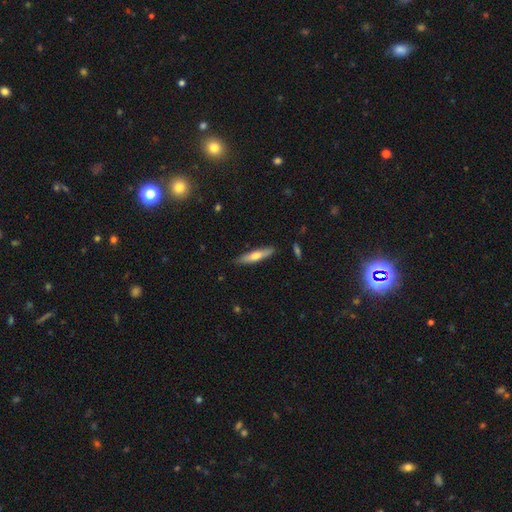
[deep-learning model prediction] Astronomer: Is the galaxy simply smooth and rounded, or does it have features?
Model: smooth — 57% (runner-up: featured or disk, 37%).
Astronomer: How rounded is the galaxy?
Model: cigar-shaped — 83%.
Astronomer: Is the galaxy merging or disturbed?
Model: none — 86%.